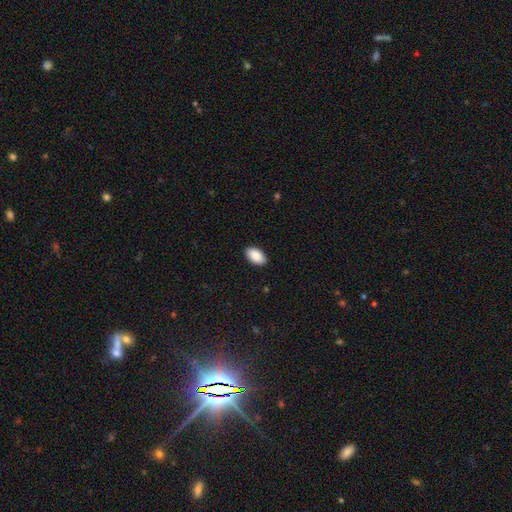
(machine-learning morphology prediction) type=smooth (90%); roundness=in between (95%); merging=none (89%).